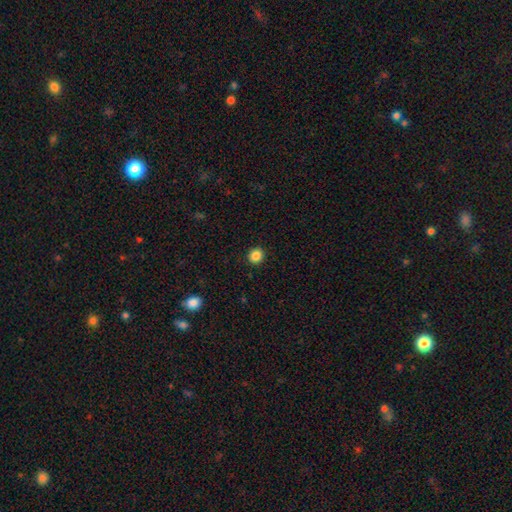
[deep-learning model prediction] Q: Smooth or featured?
A: smooth (86%); runner-up: star or artifact (10%)
Q: How rounded?
A: round (89%); runner-up: in between (10%)
Q: Merging?
A: none (92%); runner-up: minor disturbance (5%)